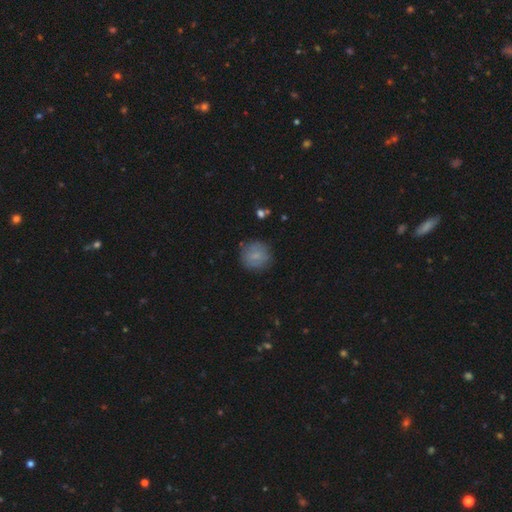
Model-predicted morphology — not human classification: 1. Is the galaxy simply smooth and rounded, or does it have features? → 78% smooth, 13% featured or disk, 8% star or artifact.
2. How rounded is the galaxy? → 92% round, 7% in between, 1% cigar-shaped.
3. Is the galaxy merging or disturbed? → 82% none, 13% minor disturbance, 4% major disturbance, 2% merger.